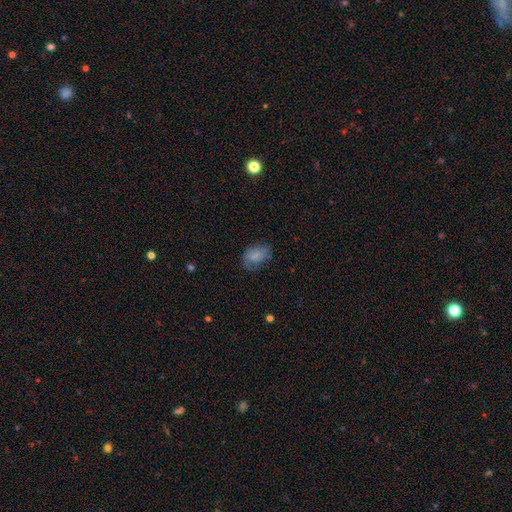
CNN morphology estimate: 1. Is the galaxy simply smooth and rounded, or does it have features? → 78% smooth, 13% featured or disk, 9% star or artifact.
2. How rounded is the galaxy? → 83% in between, 16% round, 1% cigar-shaped.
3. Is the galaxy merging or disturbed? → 59% none, 28% minor disturbance, 12% major disturbance, 1% merger.